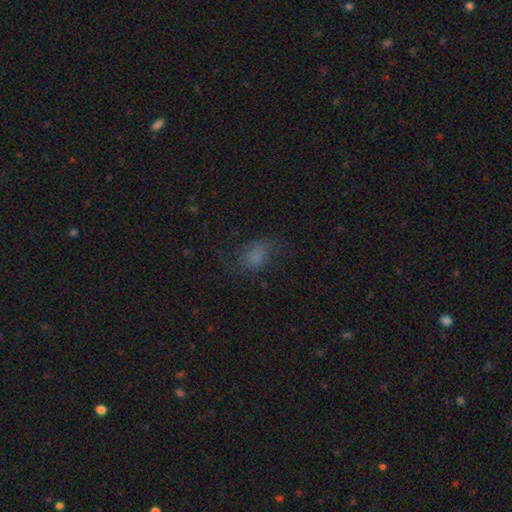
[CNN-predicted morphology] This appears to be a smooth galaxy with no disk features (65%) that is in between round and cigar-shaped (78%). Merging: none (51%).